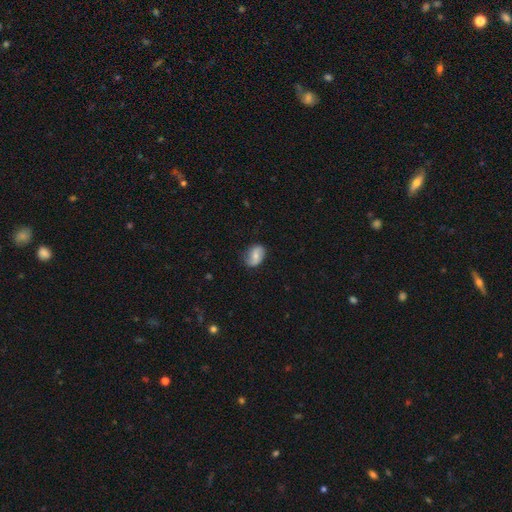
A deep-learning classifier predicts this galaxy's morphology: smooth-or-featured: smooth: 52% | featured or disk: 40% | star or artifact: 8%
  how-rounded: in between: 79% | round: 19% | cigar-shaped: 2%
  merging: none: 75% | minor disturbance: 20% | major disturbance: 5% | merger: 1%